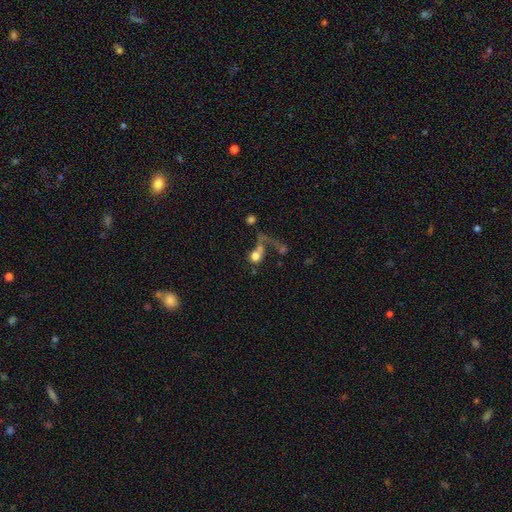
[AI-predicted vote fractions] A smooth galaxy with no disk features (65%) that is round (72%). Merging: merger (35%).